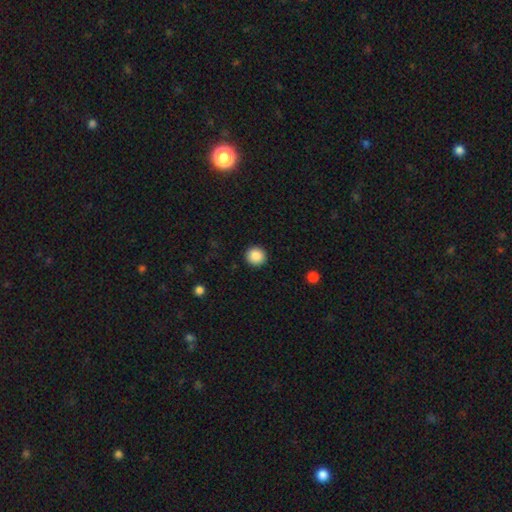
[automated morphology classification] Q: Smooth or featured?
A: smooth (88%); runner-up: star or artifact (9%)
Q: How rounded?
A: round (95%); runner-up: in between (4%)
Q: Merging?
A: none (93%); runner-up: minor disturbance (5%)